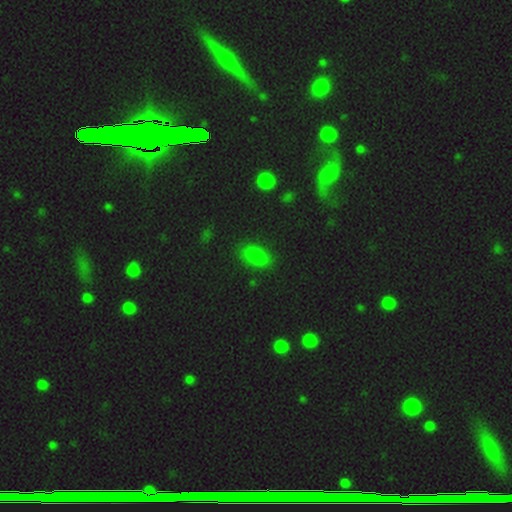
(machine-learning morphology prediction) Smooth or featured?
  - smooth: 79% *
  - star or artifact: 15%
  - featured or disk: 6%
How rounded?
  - in between: 86% *
  - cigar-shaped: 9%
  - round: 6%
Merging?
  - none: 82% *
  - minor disturbance: 13%
  - major disturbance: 4%
  - merger: 2%